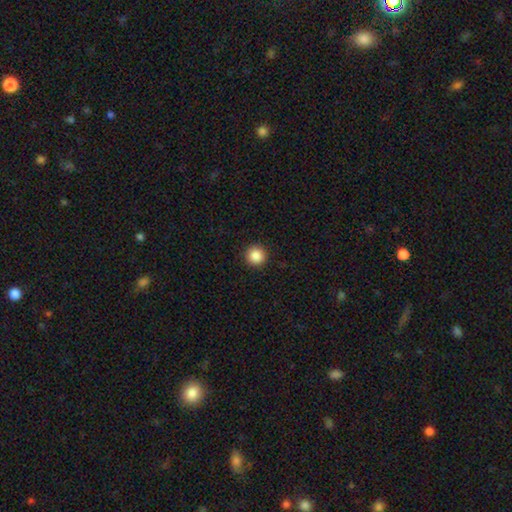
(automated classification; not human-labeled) Overall: smooth (88%). How rounded: round (96%). Merging: none (93%).